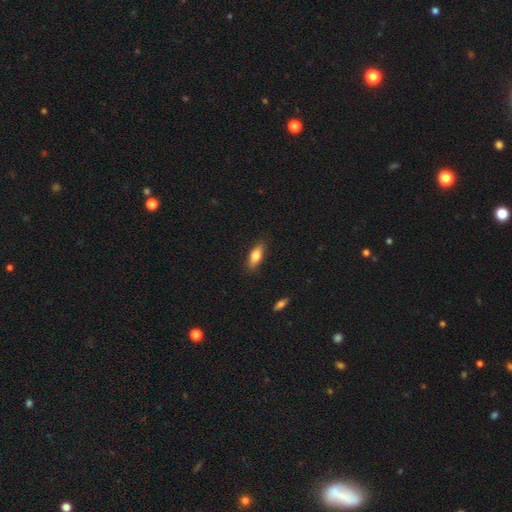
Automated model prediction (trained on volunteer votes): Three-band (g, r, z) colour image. It shows a smooth galaxy with no disk features (71%) that is in between round and cigar-shaped (63%). Merging: none (86%).